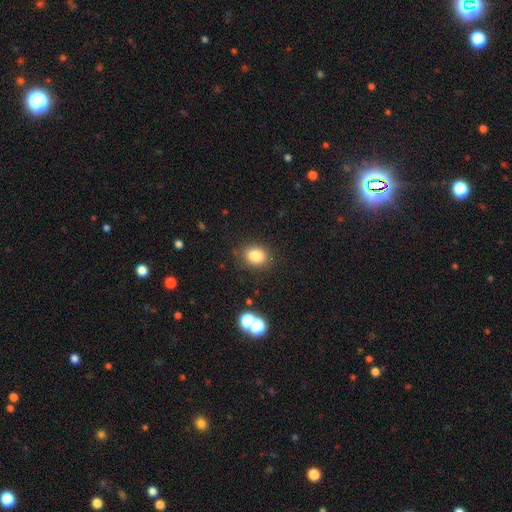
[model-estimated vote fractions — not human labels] smooth_or_featured: smooth (p=0.83) [alt: star or artifact p=0.11]
how_rounded: in between (p=0.54) [alt: round p=0.45]
merging: none (p=0.84) [alt: minor disturbance p=0.10]